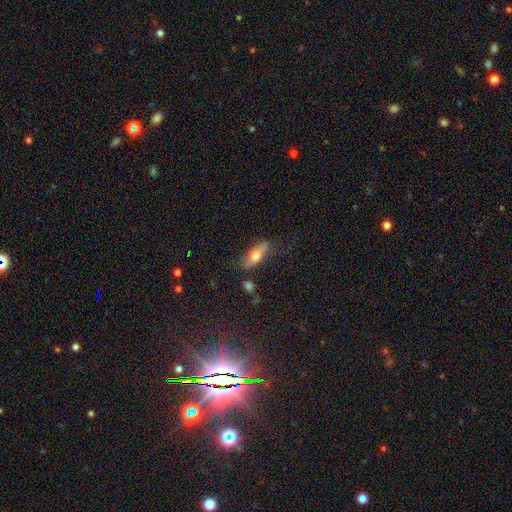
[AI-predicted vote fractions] smooth 55%, featured or disk 38%, star or artifact 7%. Down the decision tree: how rounded — in between (55%); merging — none (73%).